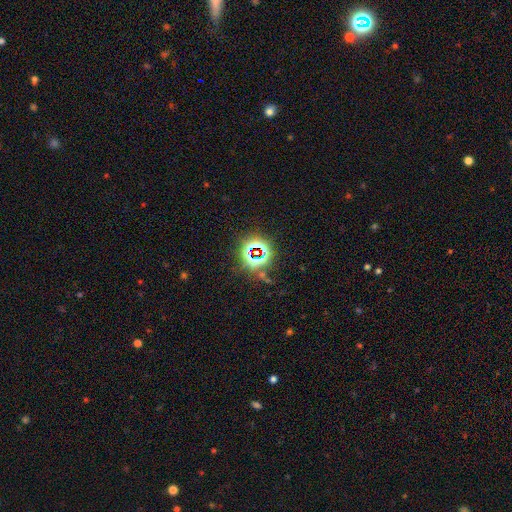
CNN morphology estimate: This appears to be a star or artifact, not a galaxy (76%).